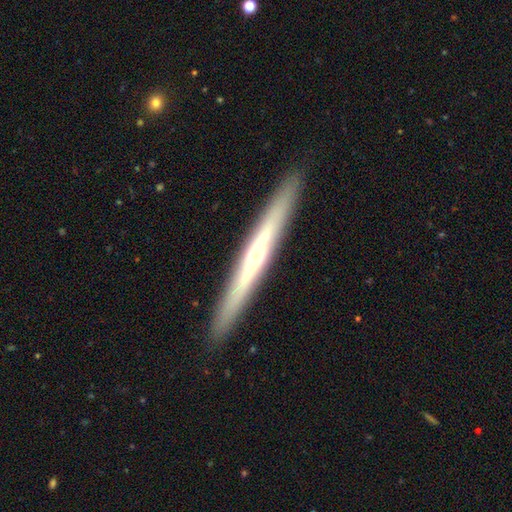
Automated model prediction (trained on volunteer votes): featured or disk 67%, smooth 27%, star or artifact 6%. Down the decision tree: edge-on disk — yes (96%); edge-on bulge — rounded (74%); merging — none (92%).